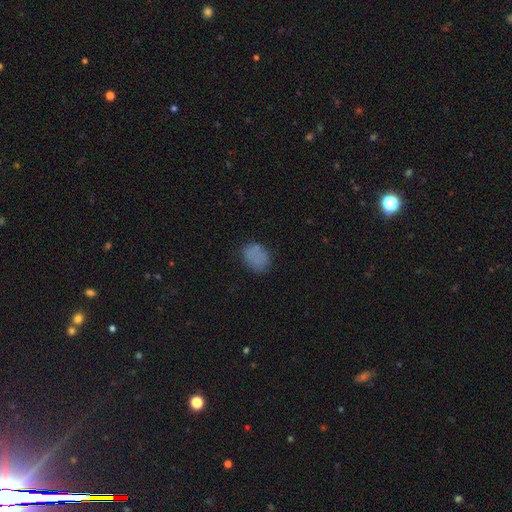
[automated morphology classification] type=smooth (77%); roundness=in between (67%); merging=none (72%).